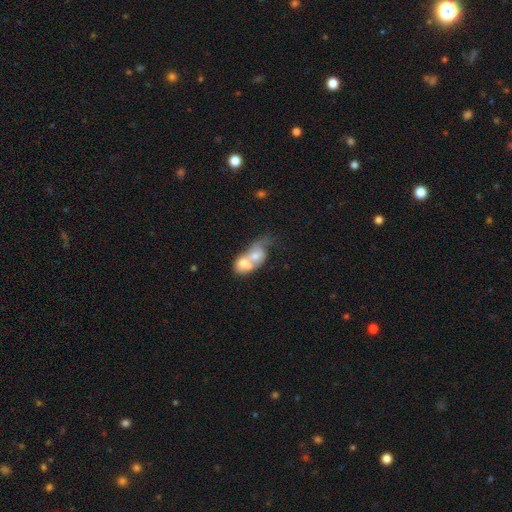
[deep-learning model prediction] A smooth galaxy with no disk features (52%) that is in between round and cigar-shaped (67%). Merging: merger (78%).